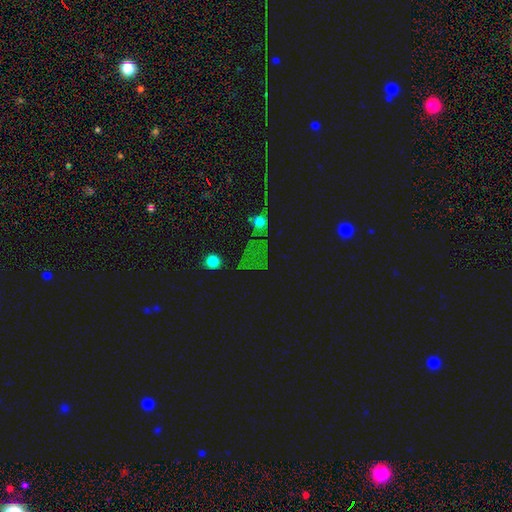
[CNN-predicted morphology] Smooth or featured? Predicted: star or artifact (p=0.64).